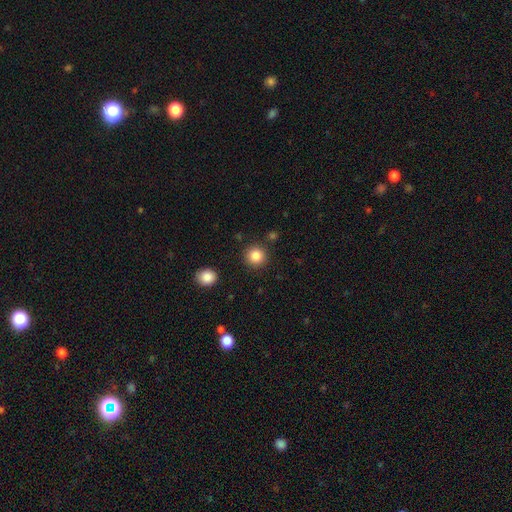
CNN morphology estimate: This is clearly a smooth galaxy (86%). How rounded: clearly round (94%). Merging: clearly none (89%).